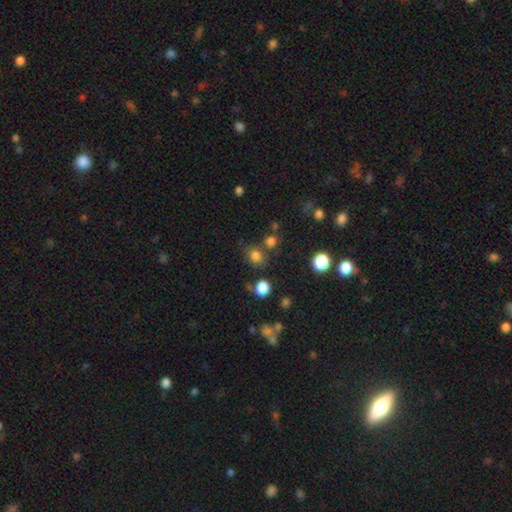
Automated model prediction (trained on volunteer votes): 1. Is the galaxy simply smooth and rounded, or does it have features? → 77% smooth, 17% star or artifact, 6% featured or disk.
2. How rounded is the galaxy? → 70% round, 29% in between, 1% cigar-shaped.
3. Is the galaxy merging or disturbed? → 70% none, 13% merger, 12% minor disturbance, 5% major disturbance.